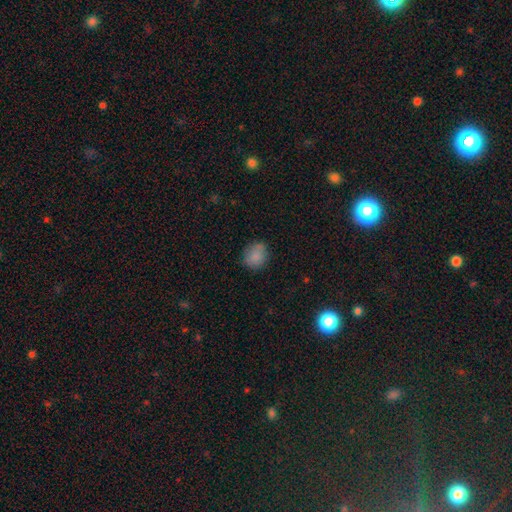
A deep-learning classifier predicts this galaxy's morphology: This appears to be a smooth galaxy with no disk features (84%) that is round (69%). Merging: none (76%).